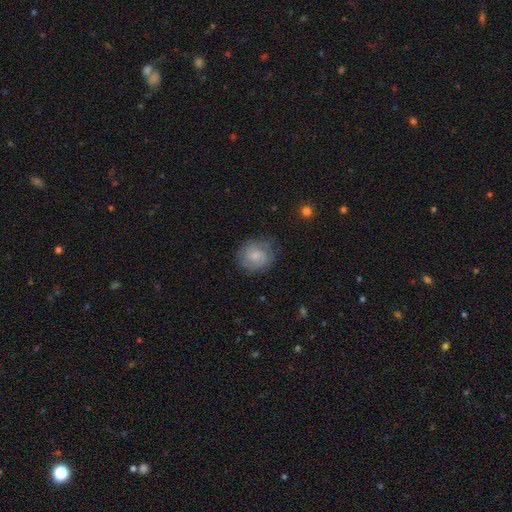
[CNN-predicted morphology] Smooth or featured?
  - featured or disk: 51% *
  - smooth: 41%
  - star or artifact: 8%
Edge-on disk?
  - no: 98% *
  - yes: 2%
Bar?
  - no: 65% *
  - weak: 31%
  - strong: 4%
Spiral arms?
  - yes: 87% *
  - no: 13%
Bulge size?
  - small: 49% *
  - moderate: 34%
  - none: 12%
  - large: 4%
  - dominant: 1%
Merging?
  - none: 75% *
  - minor disturbance: 18%
  - major disturbance: 6%
  - merger: 1%